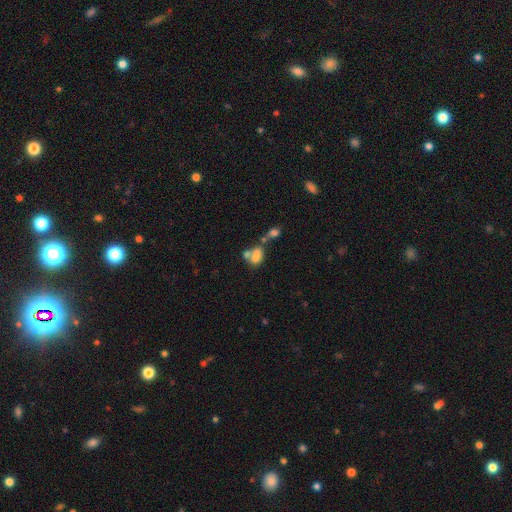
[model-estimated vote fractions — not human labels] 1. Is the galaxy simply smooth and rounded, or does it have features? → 68% smooth, 19% featured or disk, 13% star or artifact.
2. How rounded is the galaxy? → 79% in between, 18% round, 3% cigar-shaped.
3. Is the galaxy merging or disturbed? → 57% merger, 23% none, 10% minor disturbance, 9% major disturbance.